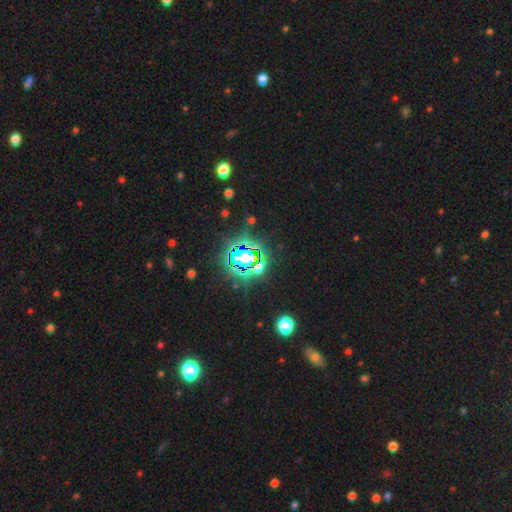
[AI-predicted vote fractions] The model was most divided on "smooth or featured": star or artifact: 83%, smooth: 10%, featured or disk: 7%.